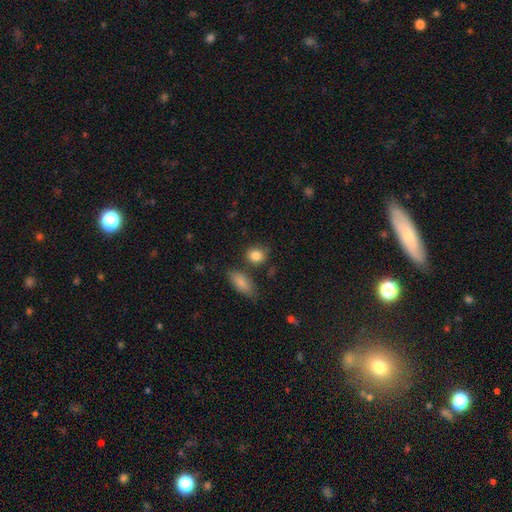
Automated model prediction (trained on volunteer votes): Smooth or featured?
  - smooth: 85% *
  - star or artifact: 8%
  - featured or disk: 6%
How rounded?
  - round: 57% *
  - in between: 41%
  - cigar-shaped: 2%
Merging?
  - none: 69% *
  - minor disturbance: 17%
  - merger: 10%
  - major disturbance: 5%